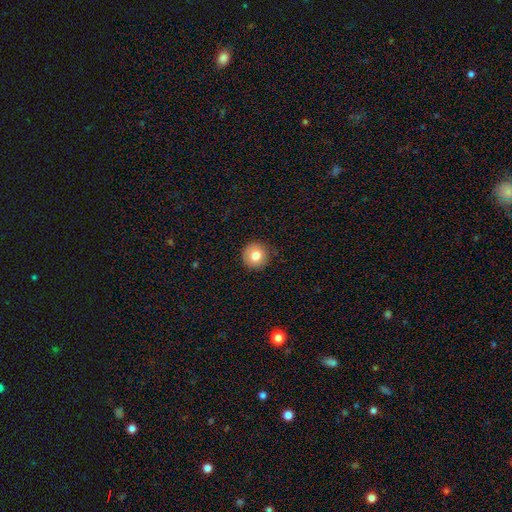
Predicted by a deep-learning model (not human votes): Smooth or featured? smooth (80%)
How rounded? round (95%)
Merging? none (88%)